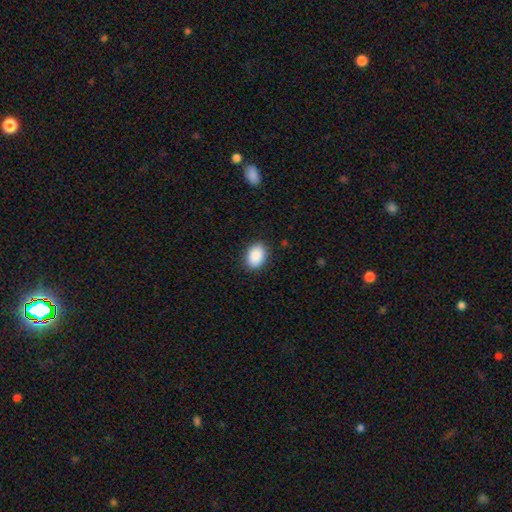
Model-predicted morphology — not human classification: Smooth or featured? Predicted: smooth (p=0.90). How rounded? Predicted: in between (p=0.80). Merging? Predicted: none (p=0.88).